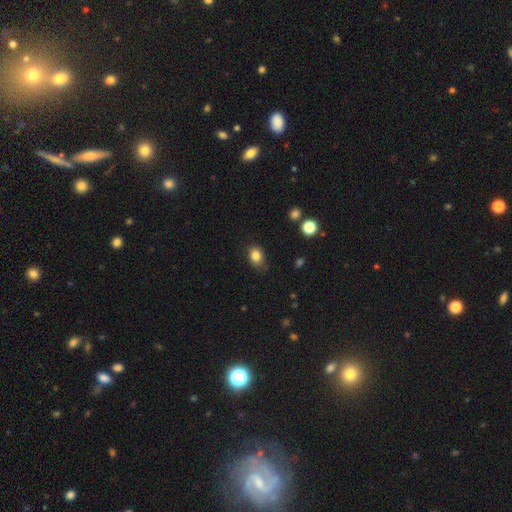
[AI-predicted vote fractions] This is clearly a smooth galaxy (82%). How rounded: likely in between (72%). Merging: likely none (69%).